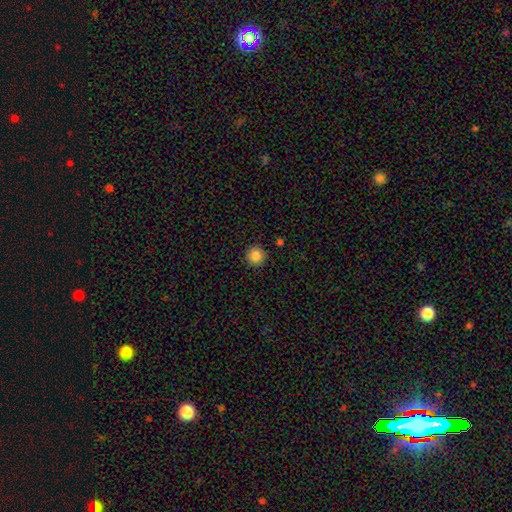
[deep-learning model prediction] Smooth or featured? Predicted: smooth (p=0.87). How rounded? Predicted: round (p=0.95). Merging? Predicted: none (p=0.92).